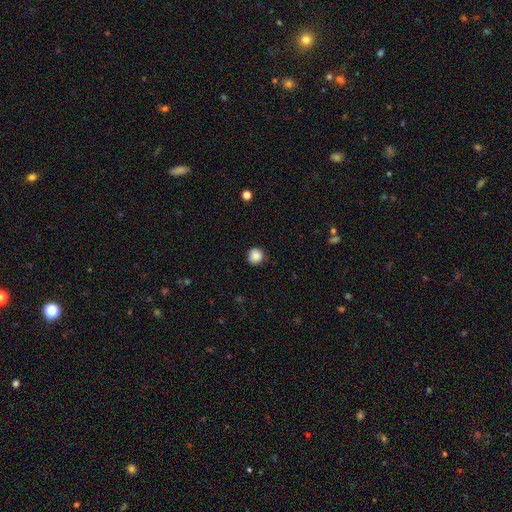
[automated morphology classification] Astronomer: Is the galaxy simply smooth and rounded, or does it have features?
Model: smooth — 86%.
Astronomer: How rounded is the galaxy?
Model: round — 94%.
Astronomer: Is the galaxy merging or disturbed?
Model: none — 88%.